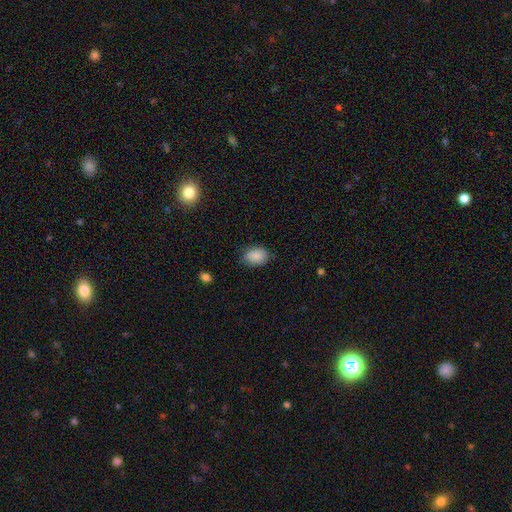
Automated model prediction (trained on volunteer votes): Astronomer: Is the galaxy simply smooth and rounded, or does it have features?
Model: smooth — 87%.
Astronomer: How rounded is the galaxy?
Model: in between — 78%.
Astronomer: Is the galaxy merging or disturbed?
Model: none — 72%.